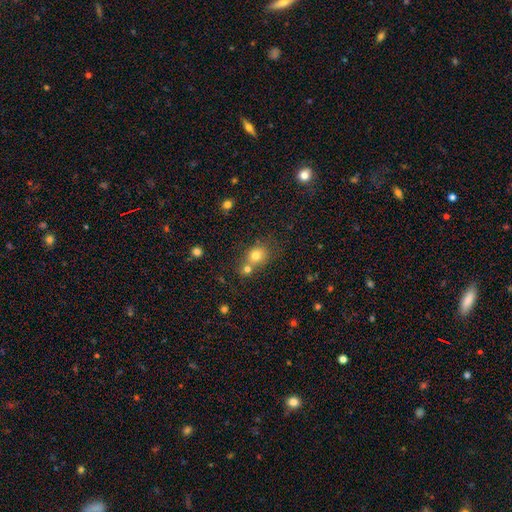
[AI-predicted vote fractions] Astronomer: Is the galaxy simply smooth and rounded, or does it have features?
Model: smooth — 75%.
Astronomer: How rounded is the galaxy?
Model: round — 64%.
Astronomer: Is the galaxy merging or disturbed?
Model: none — 49% (runner-up: merger, 36%).